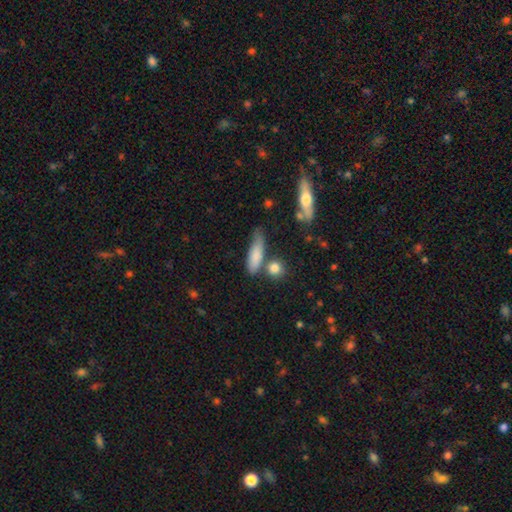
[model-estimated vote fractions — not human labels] Smooth or featured? Predicted: smooth (p=0.79). How rounded? Predicted: cigar-shaped (p=0.51). Merging? Predicted: none (p=0.57).